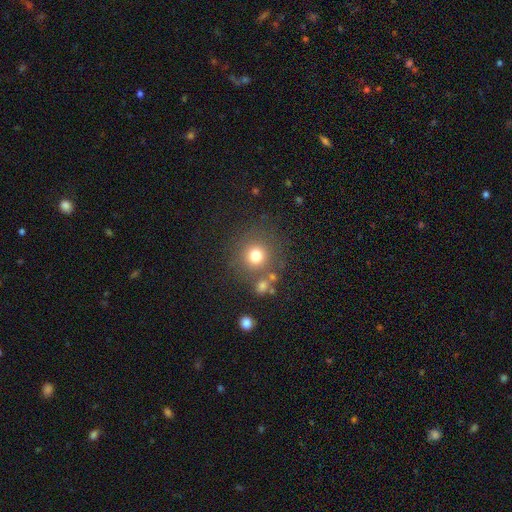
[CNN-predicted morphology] A smooth galaxy with no disk features (76%) that is round (92%). Merging: none (78%).